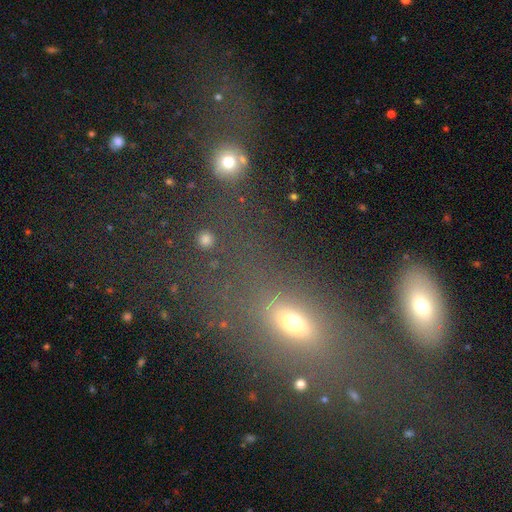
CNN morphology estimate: The model was most divided on "merging": none: 51%, merger: 19%, major disturbance: 16%, minor disturbance: 14%. More confident: how rounded — in between (61%); smooth or featured — smooth (58%).